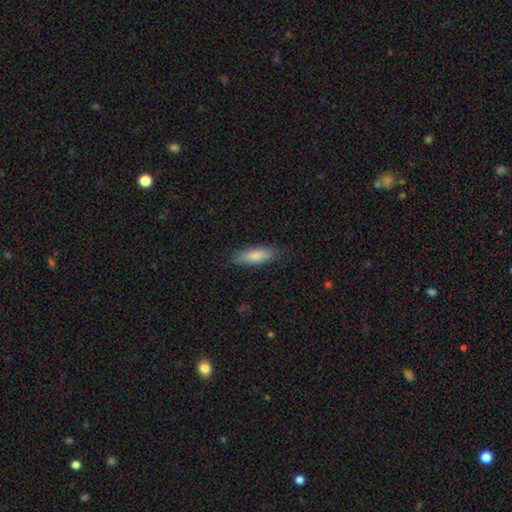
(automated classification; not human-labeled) Smooth or featured? smooth (83%)
How rounded? in between (56%)
Merging? none (84%)